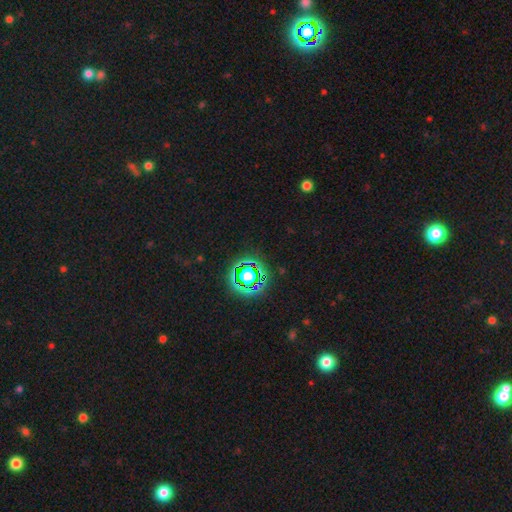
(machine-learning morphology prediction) Smooth or featured? Predicted: star or artifact (p=0.79).